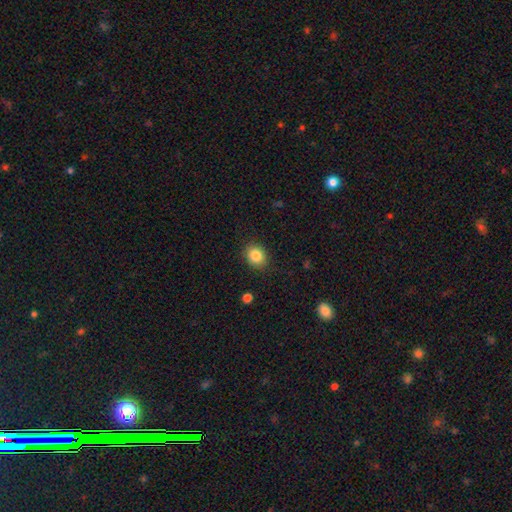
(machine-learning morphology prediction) smooth 85%, star or artifact 9%, featured or disk 5%. Down the decision tree: how rounded — round (61%); merging — none (88%).